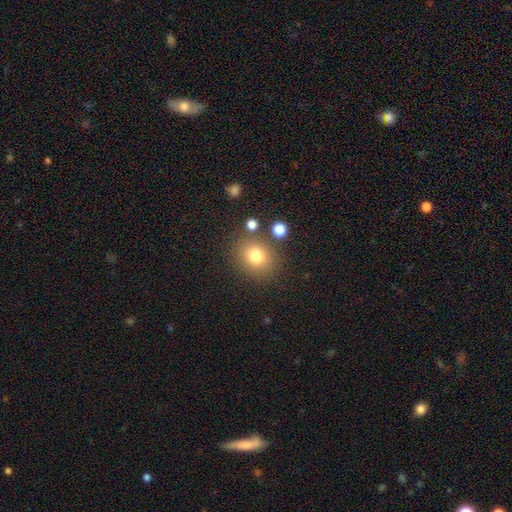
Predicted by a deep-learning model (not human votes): Smooth or featured: smooth — 78% (star or artifact — 13%)
How rounded: round — 75% (in between — 24%)
Merging: none — 79% (minor disturbance — 10%)